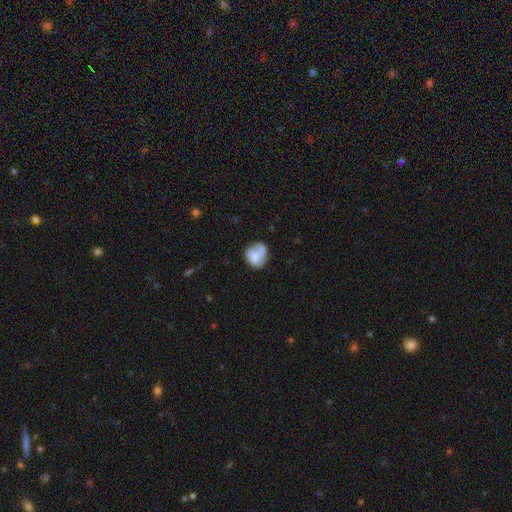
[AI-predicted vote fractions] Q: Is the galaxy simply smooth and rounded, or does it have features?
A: smooth — 63%.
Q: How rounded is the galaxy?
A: round — 62%.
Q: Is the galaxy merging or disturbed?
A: none — 42%.